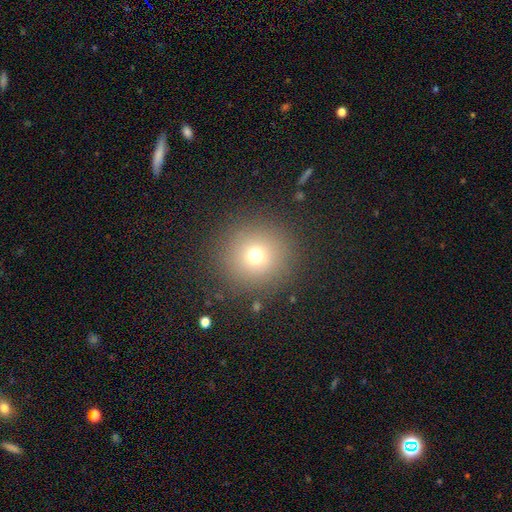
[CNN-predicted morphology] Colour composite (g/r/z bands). It shows a smooth galaxy with no disk features (70%) that is round (95%). Merging: none (88%).